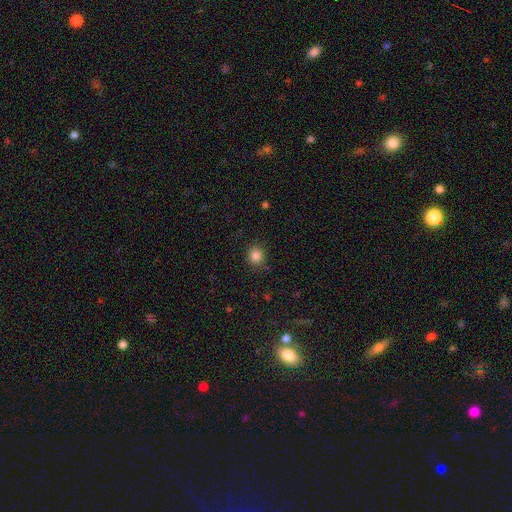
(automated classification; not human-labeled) Morphology: type=smooth (84%); roundness=round (84%); merging=none (87%).